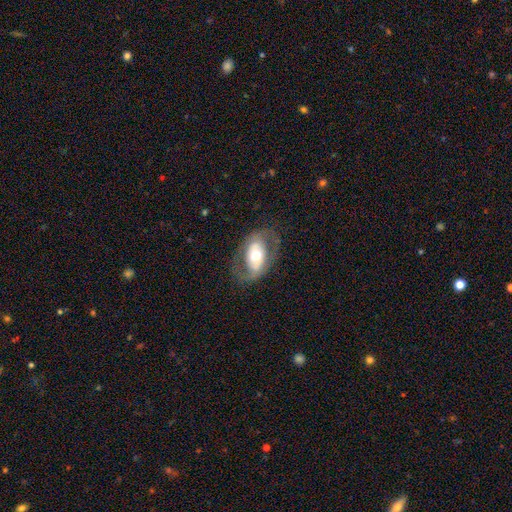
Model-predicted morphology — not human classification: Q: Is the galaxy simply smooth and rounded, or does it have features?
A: featured or disk — 62%.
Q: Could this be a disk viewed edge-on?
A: no — 92%.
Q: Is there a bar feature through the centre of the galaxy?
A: no — 51%.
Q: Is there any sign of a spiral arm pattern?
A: yes — 51%.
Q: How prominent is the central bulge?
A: moderate — 67%.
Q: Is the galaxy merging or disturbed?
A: none — 71%.